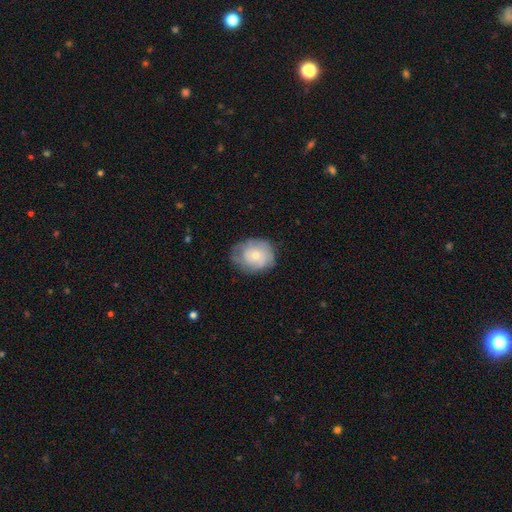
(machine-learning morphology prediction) Smooth or featured?
  - smooth: 50% *
  - featured or disk: 43%
  - star or artifact: 7%
Merging?
  - none: 64% *
  - minor disturbance: 25%
  - major disturbance: 9%
  - merger: 1%